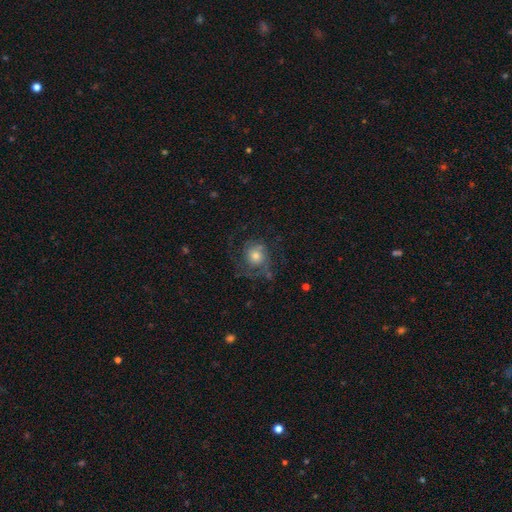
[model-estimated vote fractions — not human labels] The model was most divided on "smooth or featured": featured or disk: 54%, smooth: 35%, star or artifact: 10%. More confident: edge-on disk — no (97%); spiral arms — yes (84%); bar — no (79%); merging — none (59%); bulge size — moderate (56%).